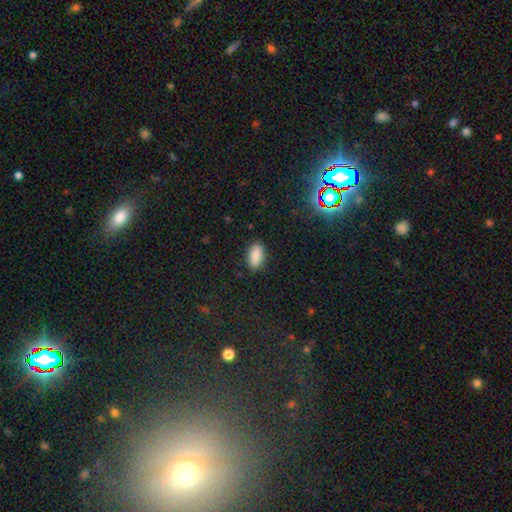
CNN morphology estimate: Smooth or featured: smooth — 88% (star or artifact — 8%)
How rounded: in between — 91% (cigar-shaped — 6%)
Merging: none — 88% (minor disturbance — 9%)